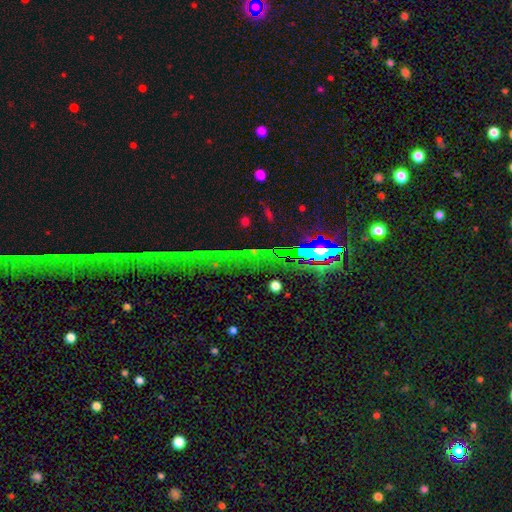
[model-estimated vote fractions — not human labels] smooth_or_featured: star or artifact (p=0.82) [alt: featured or disk p=0.10]